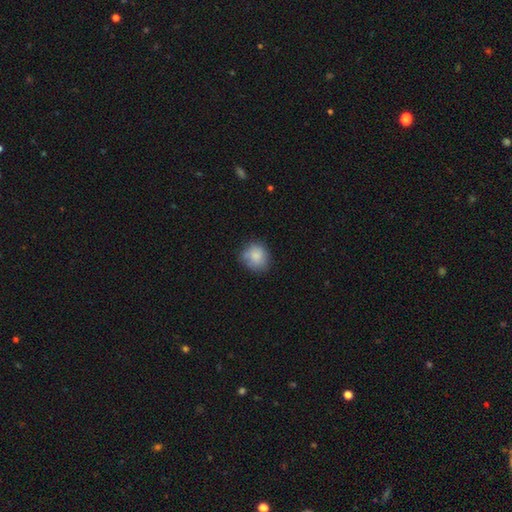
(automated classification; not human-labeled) A smooth galaxy with no disk features (81%) that is round (79%).

Vote fractions:
- Smooth or featured? smooth: 81% / featured or disk: 11% / star or artifact: 8%
- How rounded? round: 79% / in between: 20% / cigar-shaped: 1%
- Merging? none: 66% / minor disturbance: 24% / major disturbance: 6% / merger: 4%